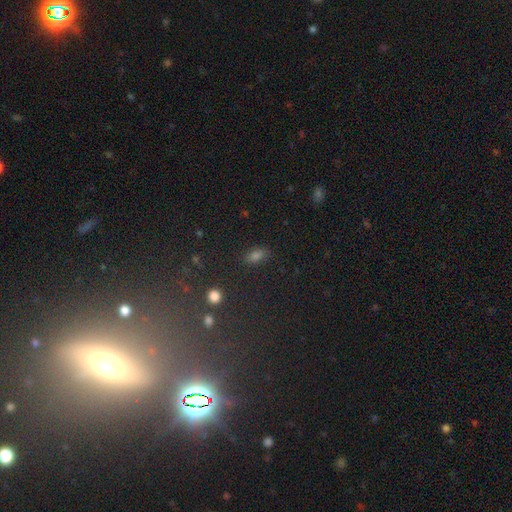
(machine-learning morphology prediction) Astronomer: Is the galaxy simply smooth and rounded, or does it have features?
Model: smooth — 72%.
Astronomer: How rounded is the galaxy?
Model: in between — 85%.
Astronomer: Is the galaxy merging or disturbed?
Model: none — 83%.